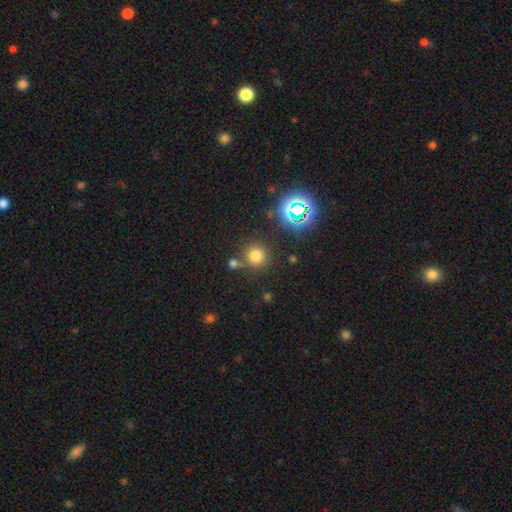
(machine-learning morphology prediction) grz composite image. It shows a smooth galaxy with no disk features (71%) that is round (92%). Merging: none (76%).